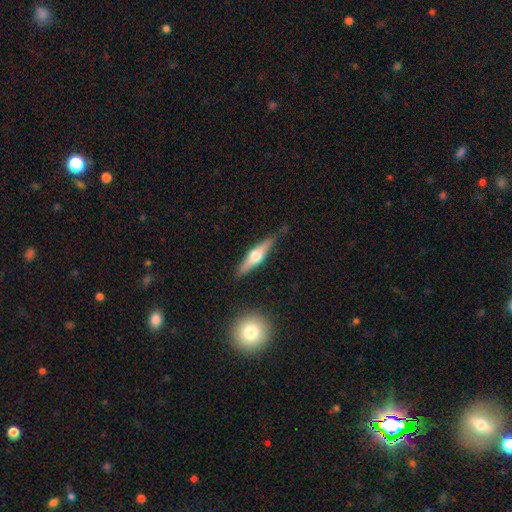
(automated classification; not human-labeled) Smooth or featured? Predicted: featured or disk (p=0.60). Edge-on disk? Predicted: yes (p=0.95). Edge-on bulge? Predicted: rounded (p=0.93). Merging? Predicted: none (p=0.83).